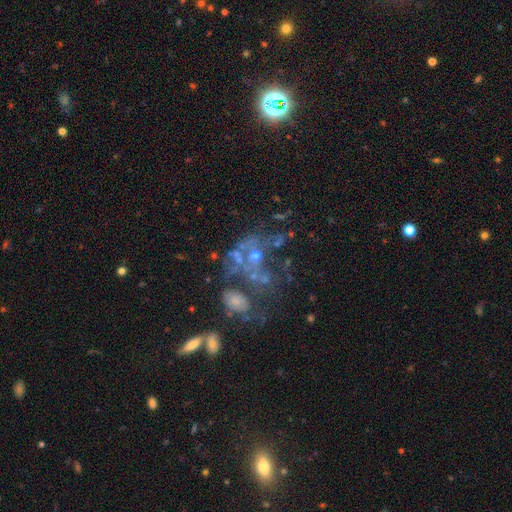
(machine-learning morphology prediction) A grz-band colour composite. It shows a featured or disk galaxy (54%) with no bar (90%), no spiral arms (86%) and no central bulge (37%). Merging: none (30%, tied with major disturbance).